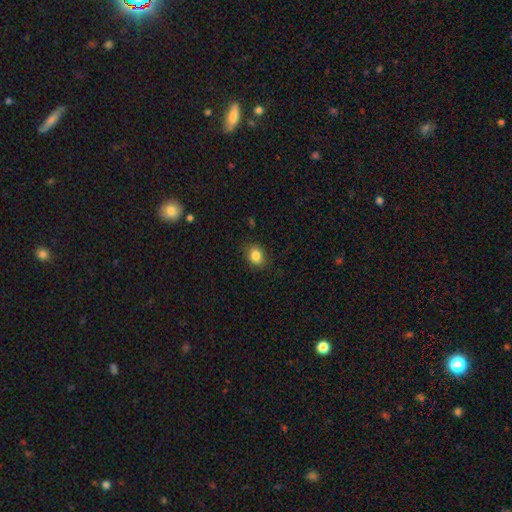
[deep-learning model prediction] smooth 85%, star or artifact 10%, featured or disk 6%. Down the decision tree: how rounded — in between (50%); merging — none (85%).